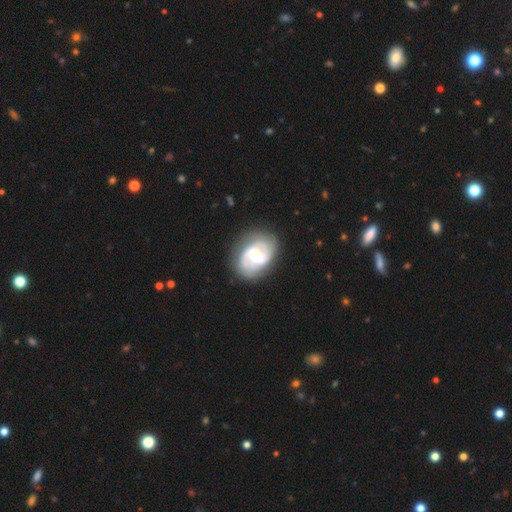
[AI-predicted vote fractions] smooth-or-featured: featured or disk: 83% | smooth: 12% | star or artifact: 5%
  disk-edge-on: no: 98% | yes: 2%
    bar: weak: 50% | no: 36% | strong: 14%
    has-spiral-arms: yes: 96% | no: 4%
      spiral-winding: medium: 50% | tight: 32% | loose: 18%
      spiral-arm-count: 2: 83% | can't tell: 7% | 3: 5% | 1: 2% | 4: 2% | more than 4: 2%
    bulge-size: moderate: 48% | small: 34% | large: 12% | none: 5% | dominant: 2%
  merging: none: 78% | minor disturbance: 14% | major disturbance: 6% | merger: 2%